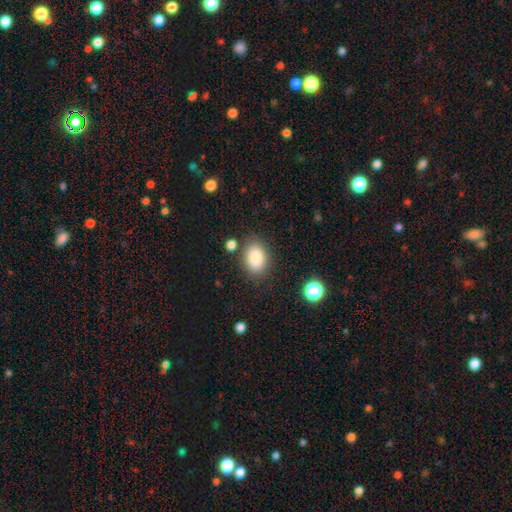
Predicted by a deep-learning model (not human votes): Q: Smooth or featured?
A: smooth (86%); runner-up: star or artifact (8%)
Q: How rounded?
A: in between (81%); runner-up: round (17%)
Q: Merging?
A: none (80%); runner-up: minor disturbance (12%)